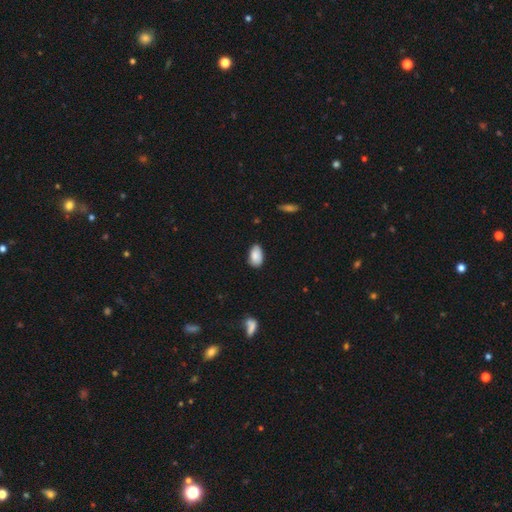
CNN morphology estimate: A smooth galaxy with no disk features (86%) that is in between round and cigar-shaped (93%).

Vote fractions:
- Smooth or featured? smooth: 86% / star or artifact: 7% / featured or disk: 7%
- How rounded? in between: 93% / round: 5% / cigar-shaped: 1%
- Merging? none: 76% / minor disturbance: 20% / major disturbance: 3% / merger: 1%